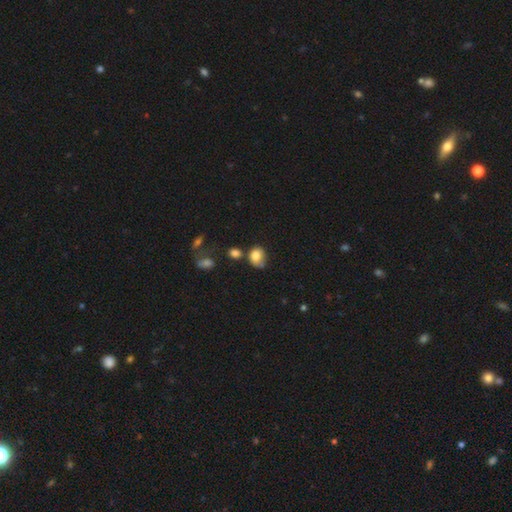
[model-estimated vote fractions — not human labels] This is likely a smooth galaxy (80%). How rounded: possibly in between (50%). Merging: marginally none (39%).